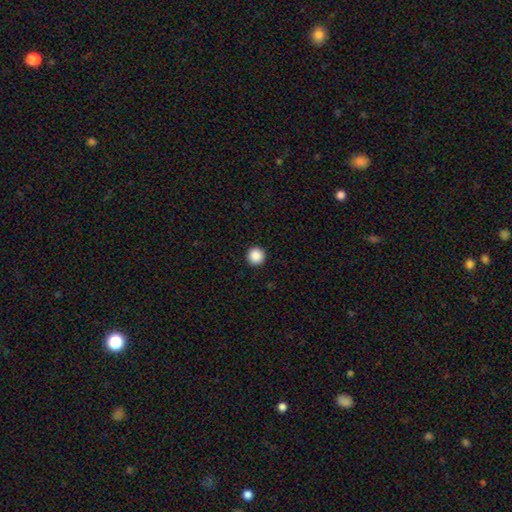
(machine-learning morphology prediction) This appears to be a smooth galaxy with no disk features (89%) that is round (96%). Merging: none (94%).